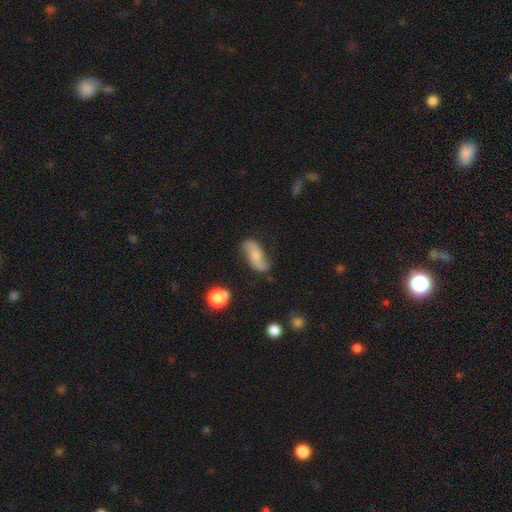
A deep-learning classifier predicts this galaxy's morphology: smooth-or-featured: featured or disk: 57% | smooth: 35% | star or artifact: 8%
  disk-edge-on: no: 89% | yes: 11%
    bar: no: 58% | weak: 29% | strong: 13%
    has-spiral-arms: yes: 88% | no: 12%
    bulge-size: small: 45% | moderate: 38% | none: 10% | large: 5% | dominant: 2%
  merging: none: 72% | minor disturbance: 19% | major disturbance: 6% | merger: 3%